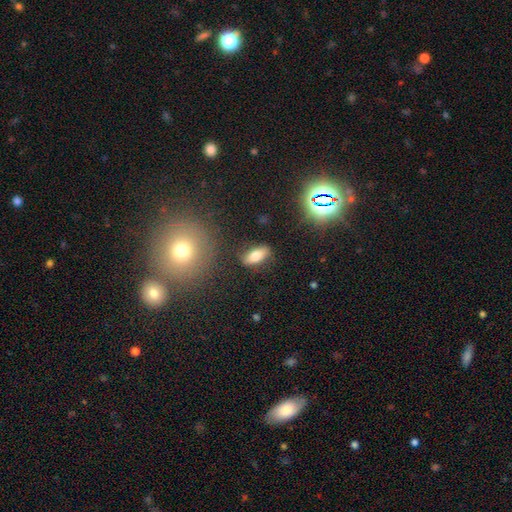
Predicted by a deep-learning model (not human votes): Q: Smooth or featured?
A: smooth (73%); runner-up: featured or disk (17%)
Q: How rounded?
A: in between (79%); runner-up: cigar-shaped (16%)
Q: Merging?
A: none (81%); runner-up: minor disturbance (12%)